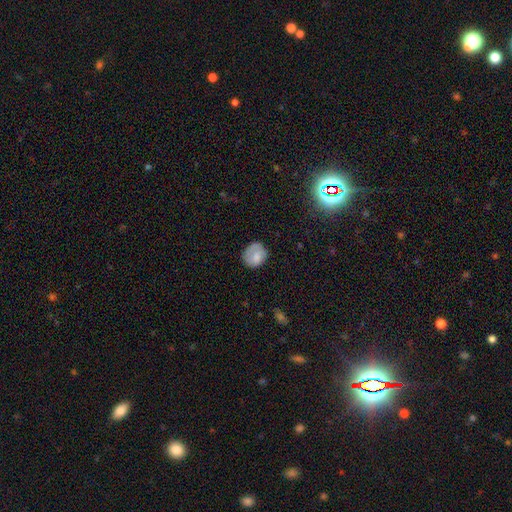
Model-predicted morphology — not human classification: Smooth or featured? smooth (73%)
How rounded? round (69%)
Merging? none (63%)